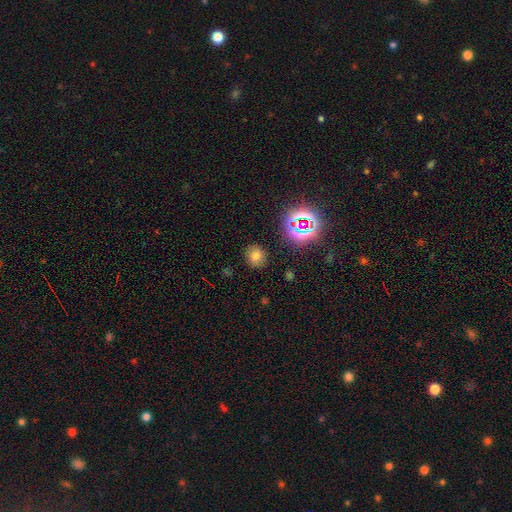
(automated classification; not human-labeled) Smooth or featured: smooth — 69% (star or artifact — 22%)
How rounded: round — 77% (in between — 22%)
Merging: none — 86% (minor disturbance — 9%)